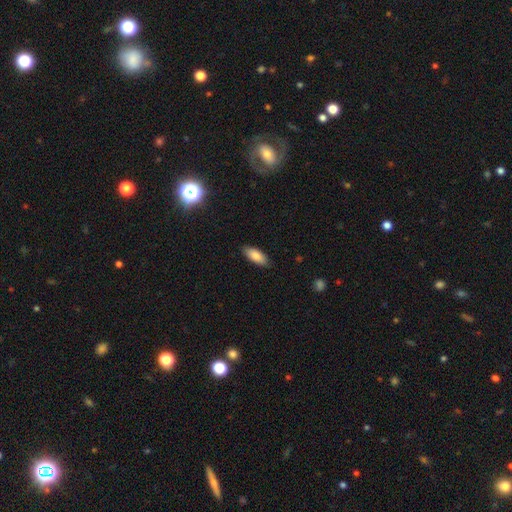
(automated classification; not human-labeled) Overall: smooth (85%). How rounded: in between (80%). Merging: none (87%).